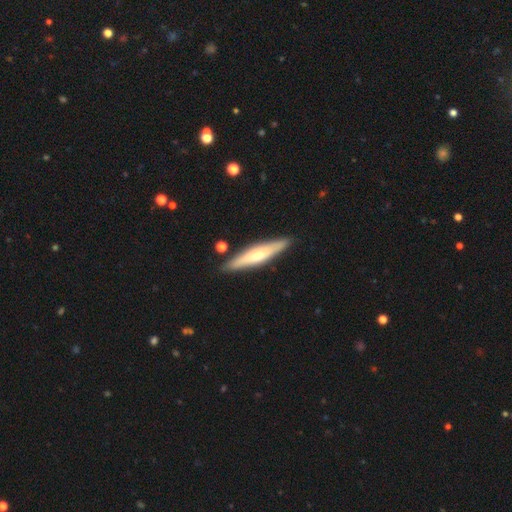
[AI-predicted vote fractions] smooth_or_featured: featured or disk (p=0.48) [alt: smooth p=0.46]
merging: none (p=0.88) [alt: minor disturbance p=0.09]